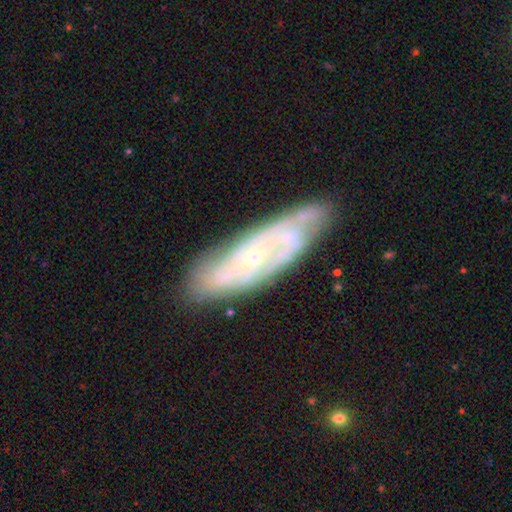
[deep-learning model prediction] The model was most divided on "spiral arm count": can't tell: 48%, 2: 24%, 3: 13%, 4: 7%, more than 4: 4%, 1: 4%. More confident: spiral arms — yes (87%); edge-on disk — no (80%); smooth or featured — featured or disk (78%); bulge size — small (77%); merging — none (75%); bar — no (72%); spiral winding — tight (65%).